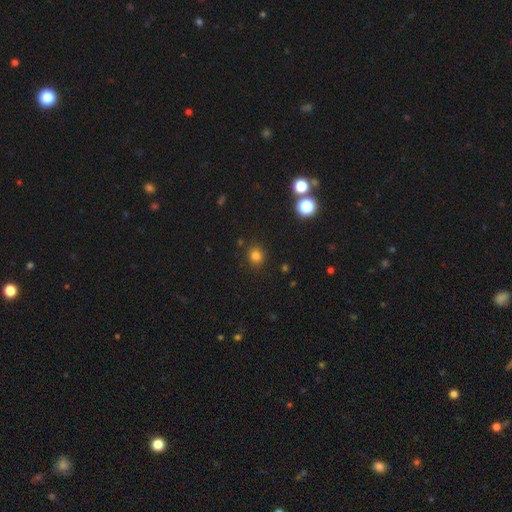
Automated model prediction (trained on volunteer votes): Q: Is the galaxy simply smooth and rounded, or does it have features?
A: smooth — 78%.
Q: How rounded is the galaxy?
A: round — 81%.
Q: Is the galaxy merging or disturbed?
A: none — 86%.